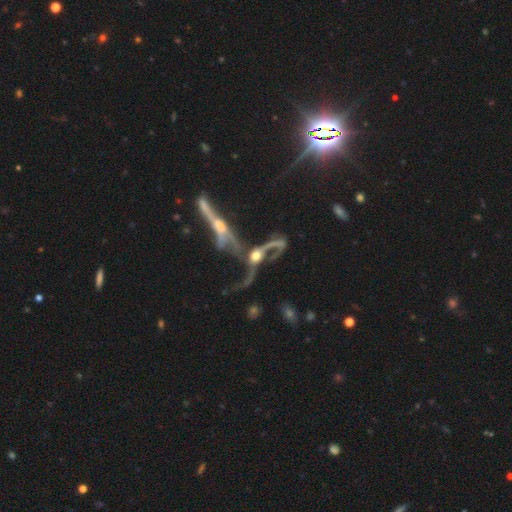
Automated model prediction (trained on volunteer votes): Smooth or featured?
  - featured or disk: 75% *
  - smooth: 14%
  - star or artifact: 11%
Edge-on disk?
  - no: 80% *
  - yes: 20%
Bar?
  - no: 72% *
  - weak: 20%
  - strong: 8%
Spiral arms?
  - yes: 71% *
  - no: 29%
Bulge size?
  - moderate: 52% *
  - large: 19%
  - small: 17%
  - none: 9%
  - dominant: 4%
Merging?
  - merger: 65% *
  - major disturbance: 18%
  - none: 11%
  - minor disturbance: 6%